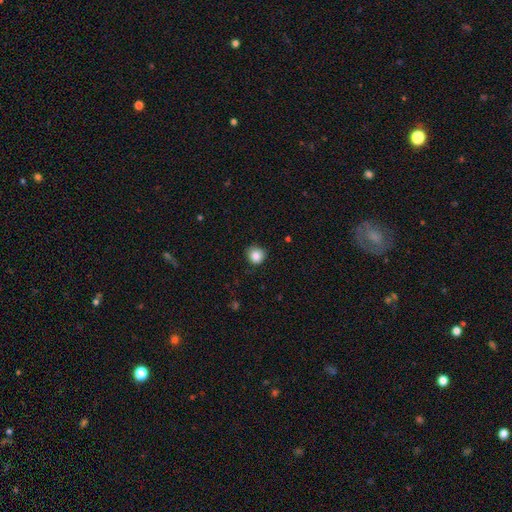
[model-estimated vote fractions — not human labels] smooth 85%, star or artifact 10%, featured or disk 5%. Down the decision tree: how rounded — round (92%); merging — none (85%).